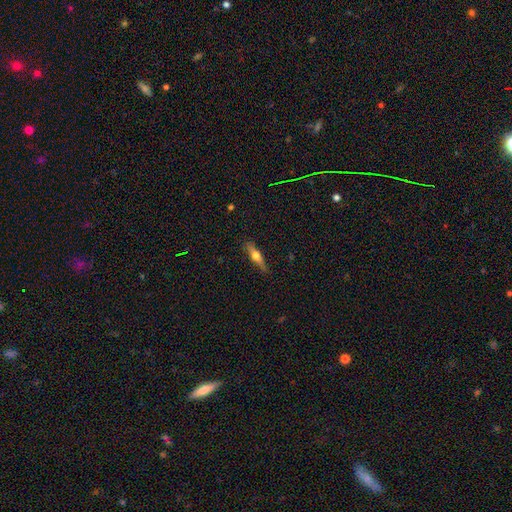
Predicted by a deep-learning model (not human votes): Overall: featured or disk (59%; smooth 35%). Edge-on disk: yes (96%). Edge-on bulge: rounded (95%). Merging: none (87%).